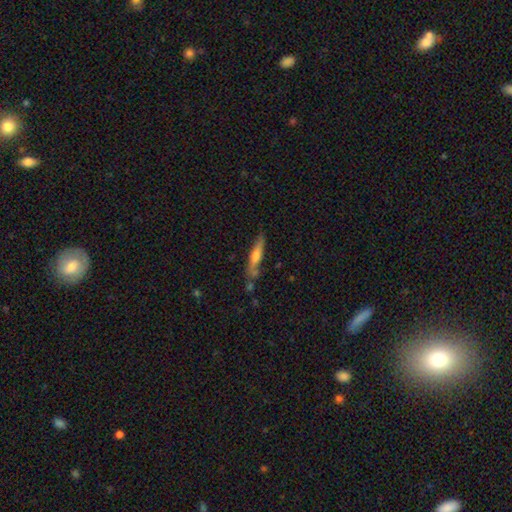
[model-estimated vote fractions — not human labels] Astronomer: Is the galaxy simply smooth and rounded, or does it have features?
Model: smooth — 50% (runner-up: featured or disk, 44%).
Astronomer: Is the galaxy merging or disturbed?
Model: none — 67%.